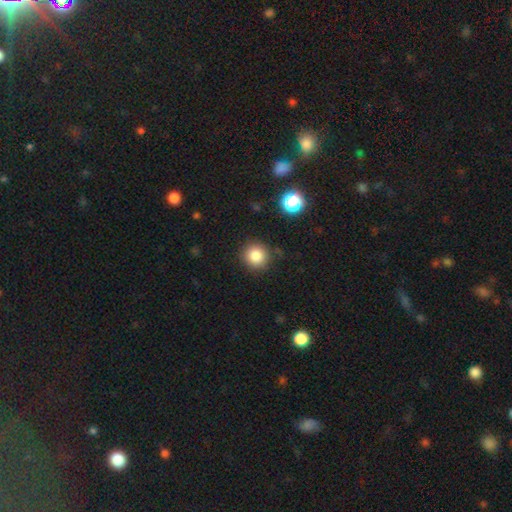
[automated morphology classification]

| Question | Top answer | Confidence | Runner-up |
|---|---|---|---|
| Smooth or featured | smooth | 83% | star or artifact (11%) |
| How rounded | round | 92% | in between (7%) |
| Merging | none | 88% | minor disturbance (8%) |